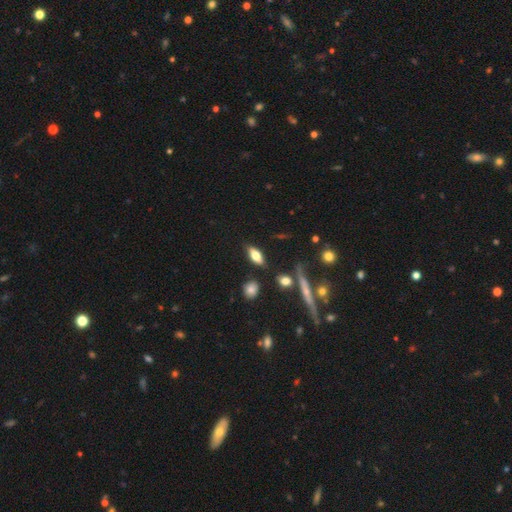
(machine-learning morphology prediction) Overall: smooth (64%; featured or disk 27%). How rounded: in between (78%). Merging: none (79%).